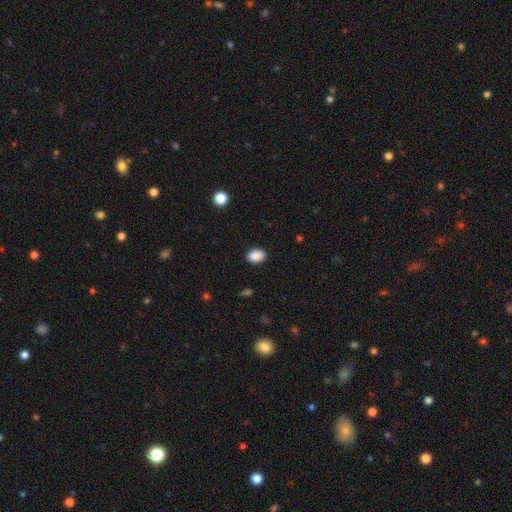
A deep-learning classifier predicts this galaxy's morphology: smooth_or_featured: smooth (p=0.89) [alt: star or artifact p=0.08]
how_rounded: in between (p=0.71) [alt: round p=0.28]
merging: none (p=0.89) [alt: minor disturbance p=0.08]